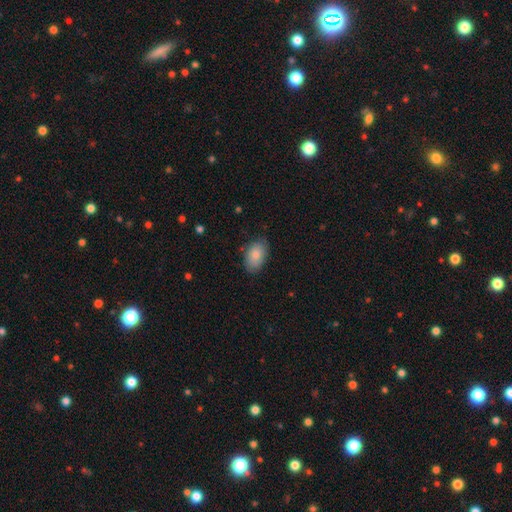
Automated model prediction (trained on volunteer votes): A smooth galaxy with no disk features (84%) that is in between round and cigar-shaped (91%).

Vote fractions:
- Smooth or featured? smooth: 84% / featured or disk: 9% / star or artifact: 6%
- How rounded? in between: 91% / round: 8% / cigar-shaped: 1%
- Merging? none: 79% / minor disturbance: 16% / major disturbance: 3% / merger: 1%